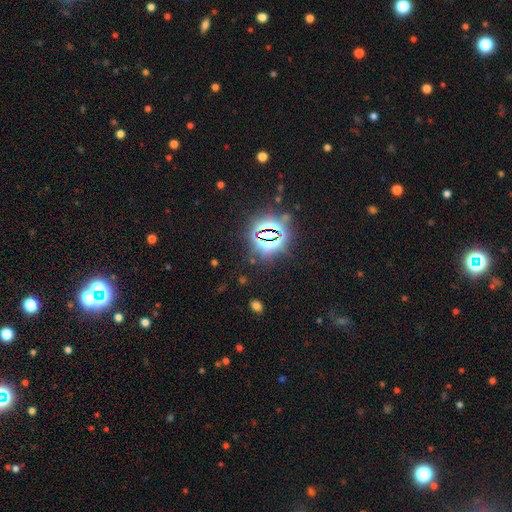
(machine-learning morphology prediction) The model was most divided on "smooth or featured": star or artifact: 84%, smooth: 9%, featured or disk: 7%.